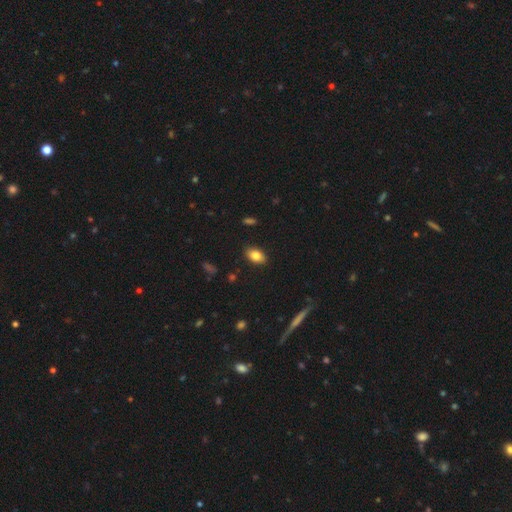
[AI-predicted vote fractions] Q: Smooth or featured?
A: smooth (83%); runner-up: featured or disk (9%)
Q: How rounded?
A: in between (90%); runner-up: round (8%)
Q: Merging?
A: none (88%); runner-up: minor disturbance (9%)